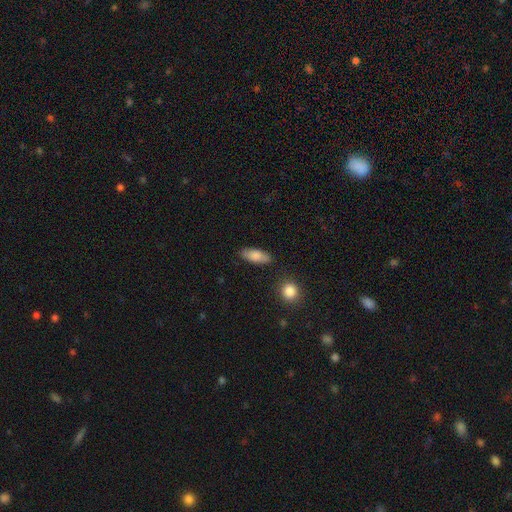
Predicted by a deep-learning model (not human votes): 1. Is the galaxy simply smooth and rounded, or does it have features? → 83% smooth, 11% featured or disk, 7% star or artifact.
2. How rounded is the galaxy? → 79% in between, 18% cigar-shaped, 3% round.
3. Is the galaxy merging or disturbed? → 82% none, 12% minor disturbance, 3% merger, 3% major disturbance.